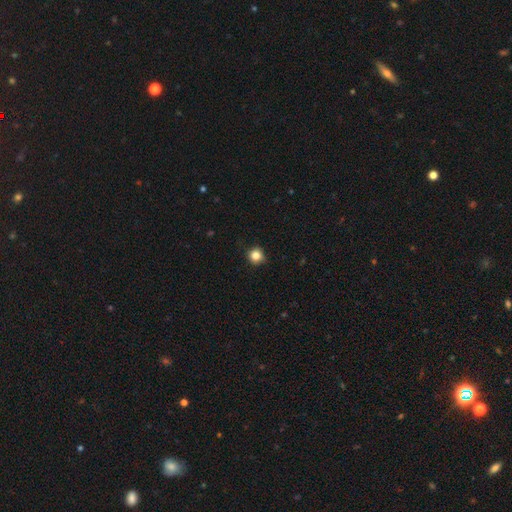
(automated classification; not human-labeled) Q: Smooth or featured?
A: smooth (83%); runner-up: star or artifact (12%)
Q: How rounded?
A: round (92%); runner-up: in between (7%)
Q: Merging?
A: none (85%); runner-up: minor disturbance (11%)